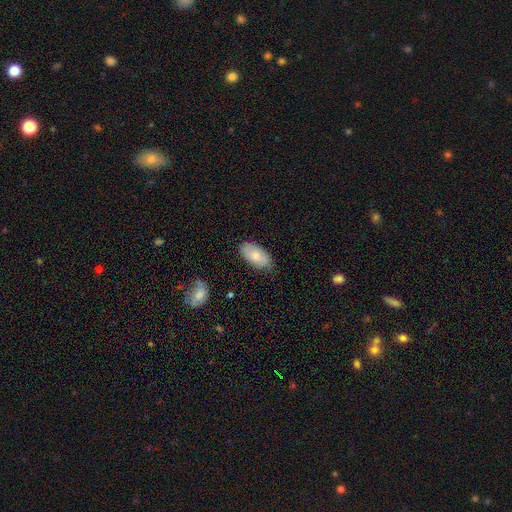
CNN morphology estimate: type=smooth (72%); roundness=in between (94%); merging=none (79%).